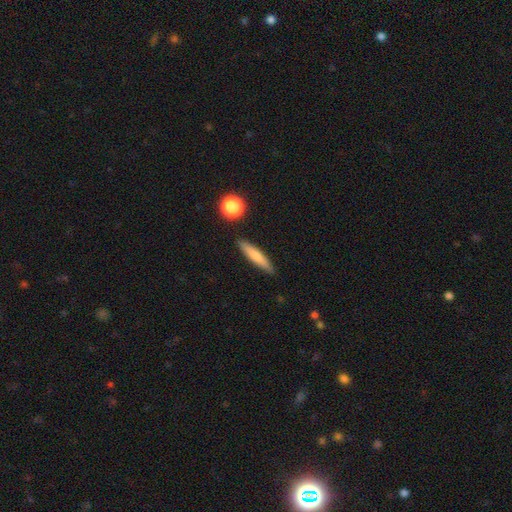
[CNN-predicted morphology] This is likely a smooth galaxy (72%). How rounded: clearly cigar-shaped (87%). Merging: clearly none (87%).